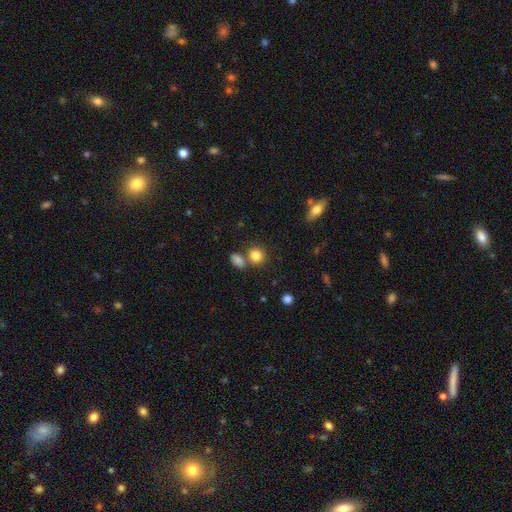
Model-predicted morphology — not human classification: This appears to be a smooth galaxy with no disk features (84%) that is round (77%). Merging: none (61%).